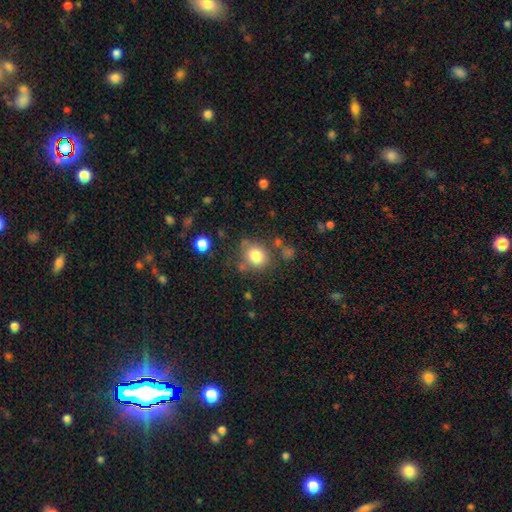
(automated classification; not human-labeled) Smooth or featured? smooth (81%)
How rounded? round (67%)
Merging? none (69%)